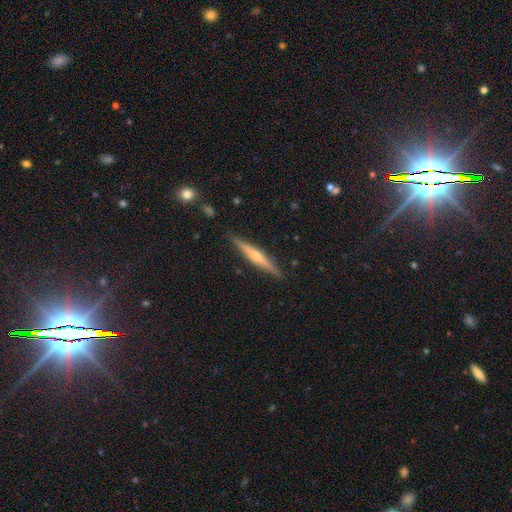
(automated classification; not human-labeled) A featured or disk galaxy (71%) viewed edge-on (98%) with a rounded central bulge (82%). Merging: none (90%).